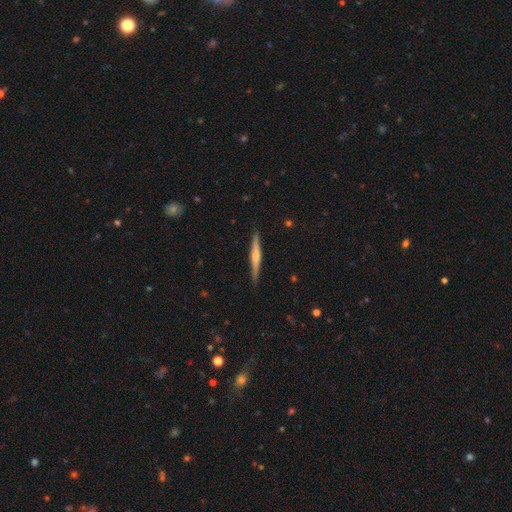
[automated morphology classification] This is likely a featured or disk galaxy (62%). It is clearly viewed edge-on (98%). Edge-on bulge: likely rounded (64%). Merging: clearly none (89%).